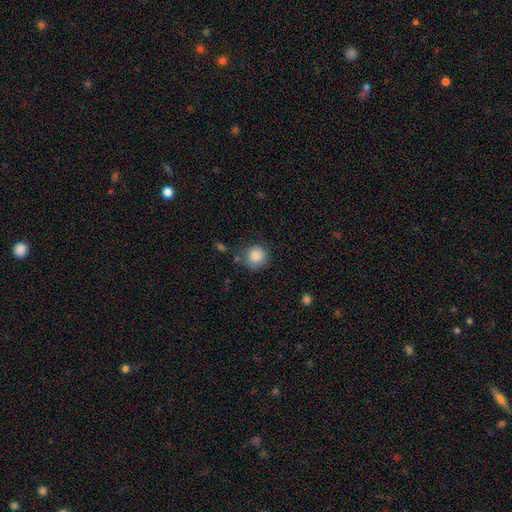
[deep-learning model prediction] Smooth or featured: smooth — 85% (star or artifact — 9%)
How rounded: round — 92% (in between — 7%)
Merging: none — 76% (minor disturbance — 15%)